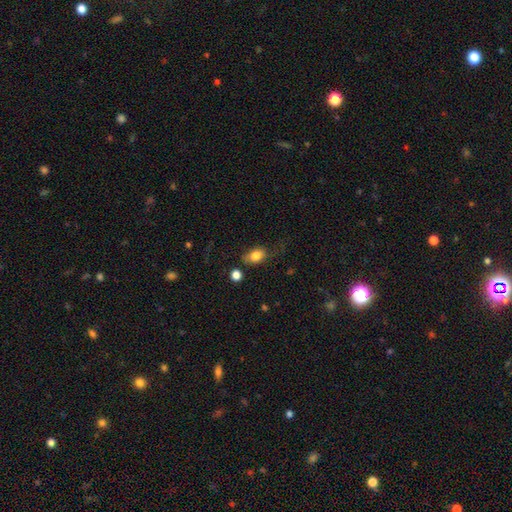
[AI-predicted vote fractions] smooth-or-featured: smooth: 81% | featured or disk: 10% | star or artifact: 9%
  how-rounded: in between: 78% | round: 19% | cigar-shaped: 2%
  merging: none: 60% | minor disturbance: 25% | major disturbance: 10% | merger: 5%